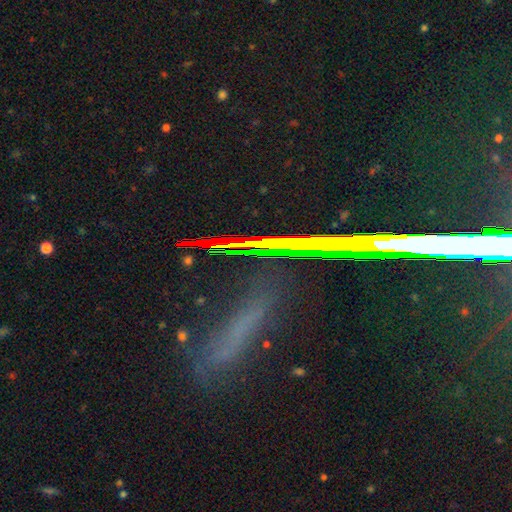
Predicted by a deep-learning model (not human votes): Q: Smooth or featured?
A: star or artifact (62%); runner-up: featured or disk (21%)